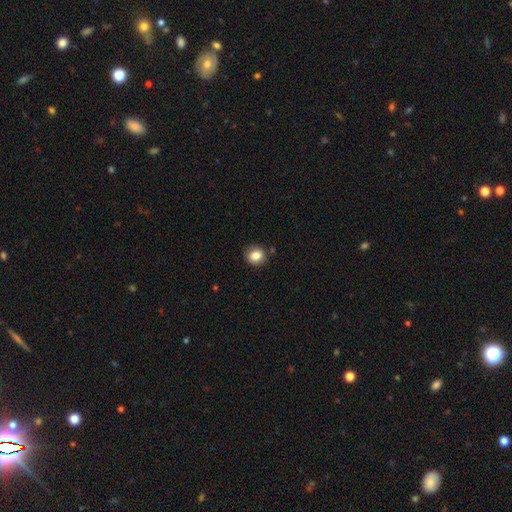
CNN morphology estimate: Q: Smooth or featured?
A: smooth (84%); runner-up: star or artifact (10%)
Q: How rounded?
A: round (83%); runner-up: in between (16%)
Q: Merging?
A: none (86%); runner-up: minor disturbance (9%)